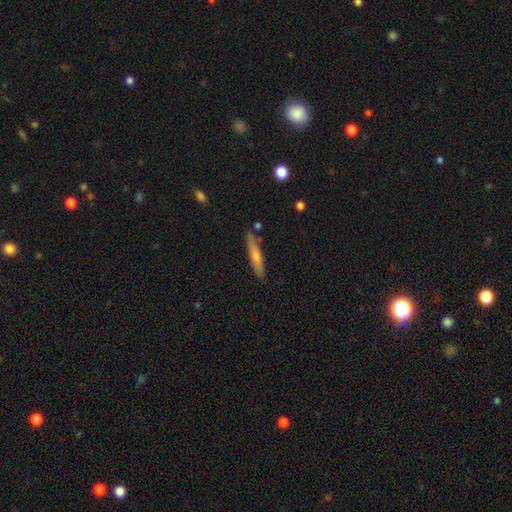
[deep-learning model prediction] Smooth or featured? Predicted: smooth (p=0.57). How rounded? Predicted: cigar-shaped (p=0.89). Merging? Predicted: none (p=0.83).